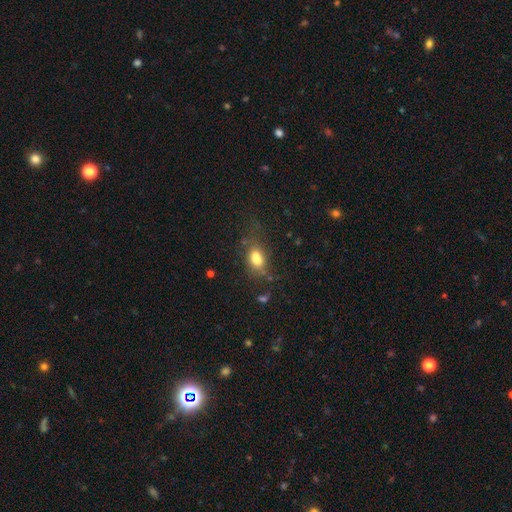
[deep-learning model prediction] smooth_or_featured: smooth (p=0.74) [alt: star or artifact p=0.13]
how_rounded: in between (p=0.78) [alt: round p=0.17]
merging: none (p=0.53) [alt: minor disturbance p=0.24]